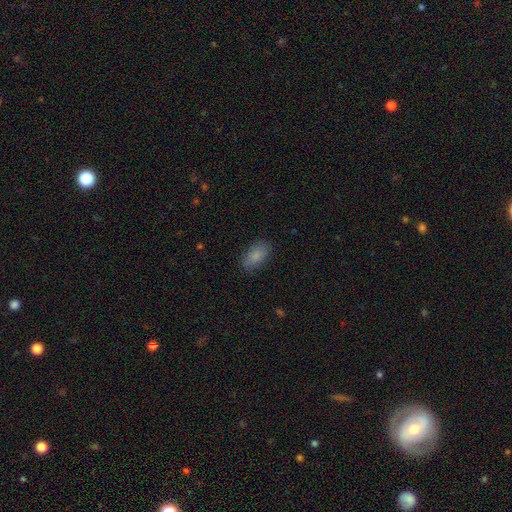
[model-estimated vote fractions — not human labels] This is clearly a smooth galaxy (85%). How rounded: clearly in between (92%). Merging: clearly none (84%).